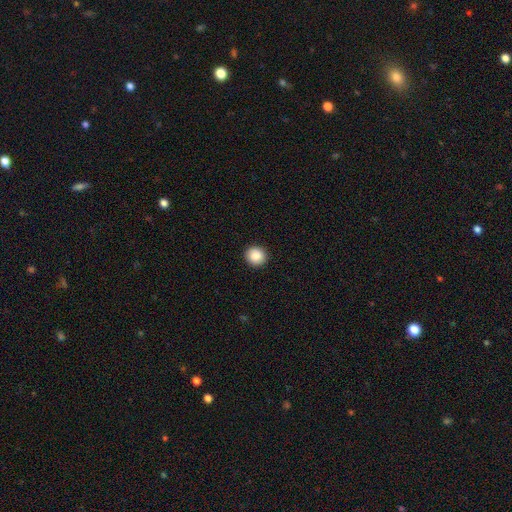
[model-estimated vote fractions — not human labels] Morphology: type=smooth (87%); roundness=round (91%); merging=none (93%).